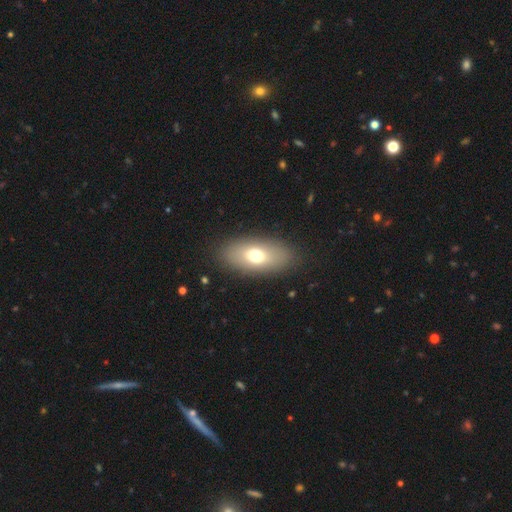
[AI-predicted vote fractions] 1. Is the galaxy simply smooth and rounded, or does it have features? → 70% smooth, 21% featured or disk, 9% star or artifact.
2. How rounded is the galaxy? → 87% in between, 7% cigar-shaped, 5% round.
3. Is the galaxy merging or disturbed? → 86% none, 9% minor disturbance, 4% major disturbance, 1% merger.